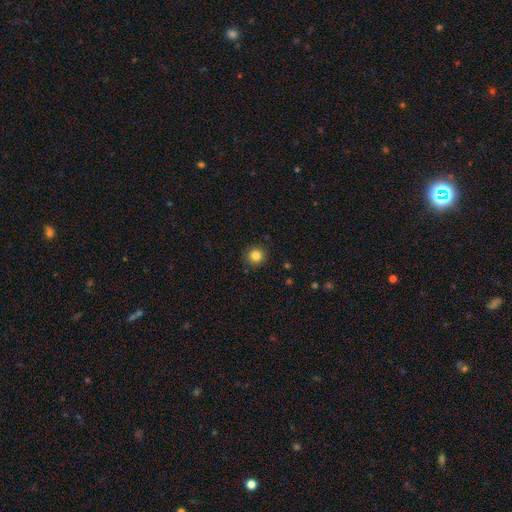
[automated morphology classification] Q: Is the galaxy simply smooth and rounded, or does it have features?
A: smooth — 83%.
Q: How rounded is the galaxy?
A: round — 93%.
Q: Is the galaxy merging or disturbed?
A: none — 91%.